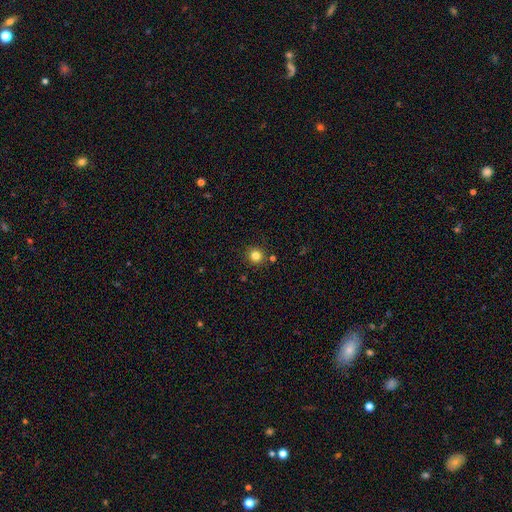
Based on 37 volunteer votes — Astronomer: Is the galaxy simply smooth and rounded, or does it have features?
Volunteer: smooth — 86%.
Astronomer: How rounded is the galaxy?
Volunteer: round — 94%.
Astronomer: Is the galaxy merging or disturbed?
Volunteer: none — 86%.